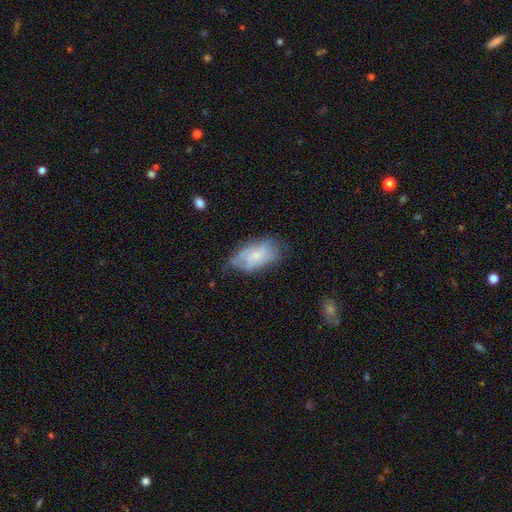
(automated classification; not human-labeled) Smooth or featured? featured or disk (53%)
Edge-on disk? no (93%)
Merging? none (57%)